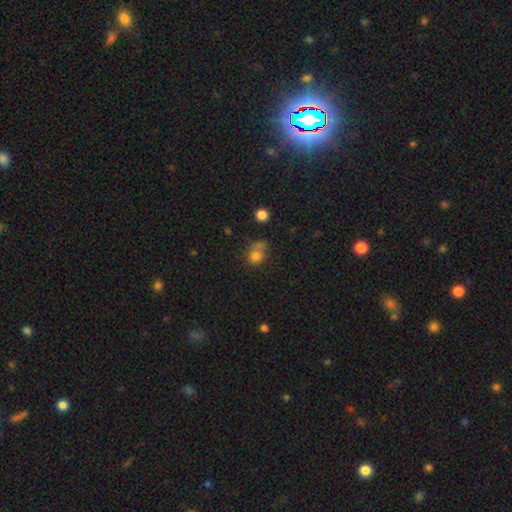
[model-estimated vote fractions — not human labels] A smooth galaxy with no disk features (77%) that is round (74%).

Vote fractions:
- Smooth or featured? smooth: 77% / star or artifact: 14% / featured or disk: 9%
- How rounded? round: 74% / in between: 25% / cigar-shaped: 1%
- Merging? none: 44% / merger: 31% / minor disturbance: 16% / major disturbance: 9%